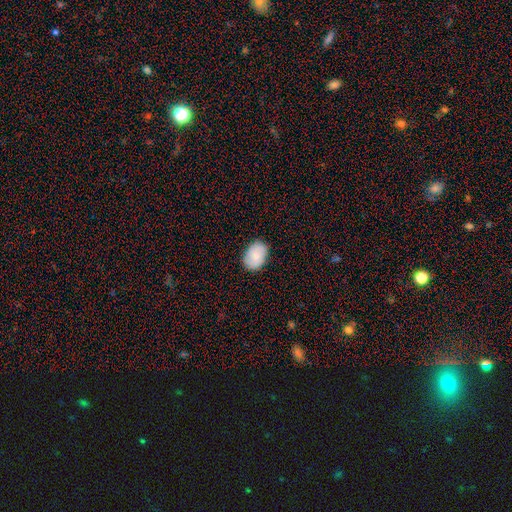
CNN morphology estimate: Smooth or featured? Predicted: smooth (p=0.83). How rounded? Predicted: in between (p=0.80). Merging? Predicted: none (p=0.84).